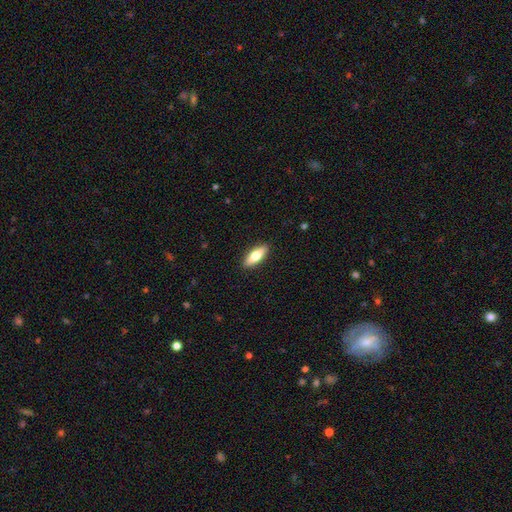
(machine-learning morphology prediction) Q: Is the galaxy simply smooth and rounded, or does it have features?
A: smooth — 64%.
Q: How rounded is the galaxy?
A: in between — 64%.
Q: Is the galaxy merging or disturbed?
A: none — 90%.